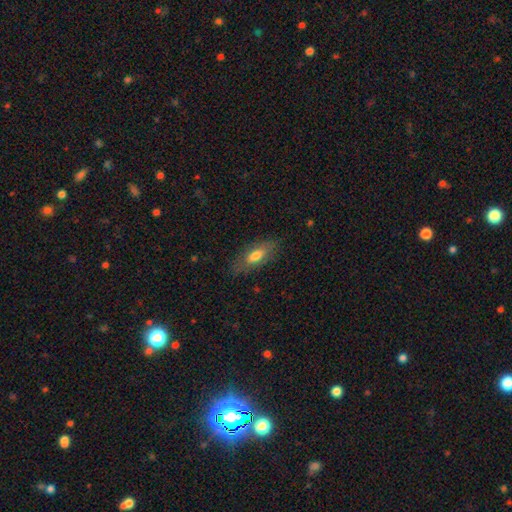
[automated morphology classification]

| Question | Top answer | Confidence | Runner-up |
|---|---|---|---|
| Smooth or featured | smooth | 69% | featured or disk (24%) |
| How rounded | in between | 73% | cigar-shaped (24%) |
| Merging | none | 78% | minor disturbance (16%) |